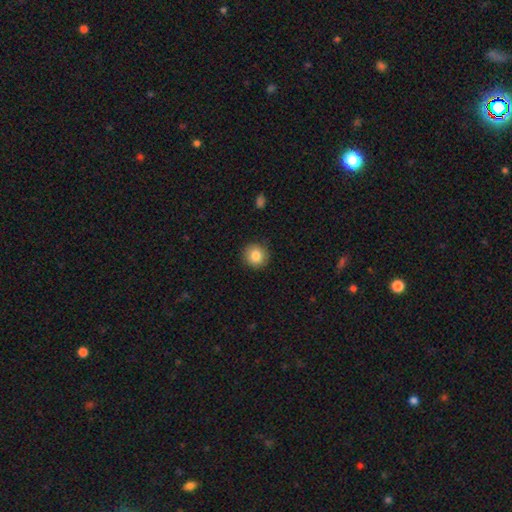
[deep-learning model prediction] Smooth or featured? Predicted: smooth (p=0.84). How rounded? Predicted: round (p=0.91). Merging? Predicted: none (p=0.89).